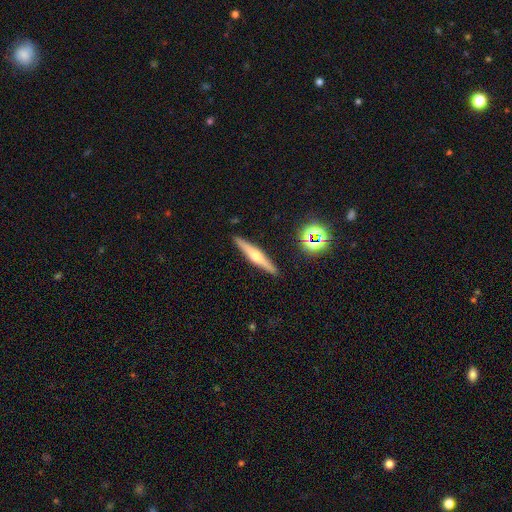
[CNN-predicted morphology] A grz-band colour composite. It shows a featured or disk galaxy (60%) viewed edge-on (97%) with a rounded central bulge (86%). Merging: none (90%).